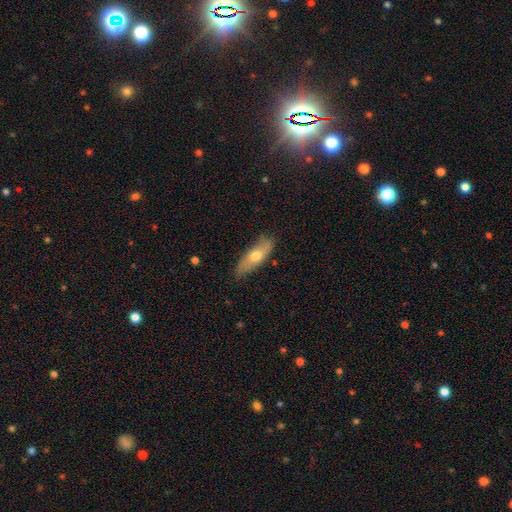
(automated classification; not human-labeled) Q: Smooth or featured?
A: smooth (59%); runner-up: featured or disk (35%)
Q: How rounded?
A: in between (52%); runner-up: cigar-shaped (46%)
Q: Merging?
A: none (78%); runner-up: minor disturbance (18%)